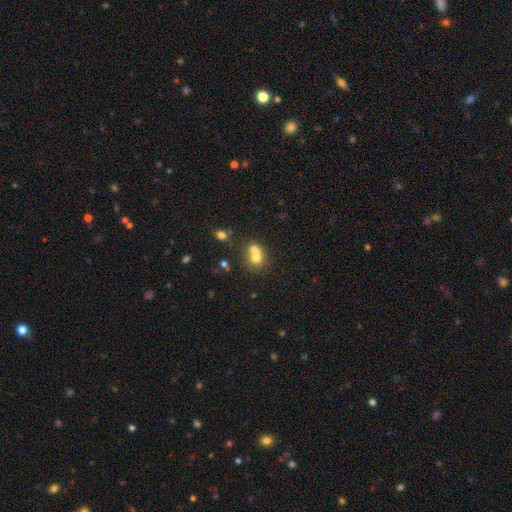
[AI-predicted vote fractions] smooth-or-featured: smooth: 65% | featured or disk: 22% | star or artifact: 13%
  how-rounded: round: 70% | in between: 29% | cigar-shaped: 1%
  merging: merger: 61% | none: 28% | minor disturbance: 7% | major disturbance: 4%